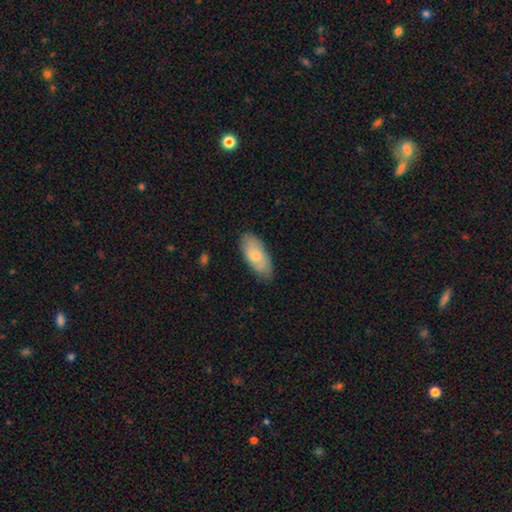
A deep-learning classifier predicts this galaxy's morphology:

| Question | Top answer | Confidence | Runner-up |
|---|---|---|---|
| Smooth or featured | smooth | 69% | featured or disk (25%) |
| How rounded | in between | 89% | cigar-shaped (8%) |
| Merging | none | 78% | minor disturbance (17%) |